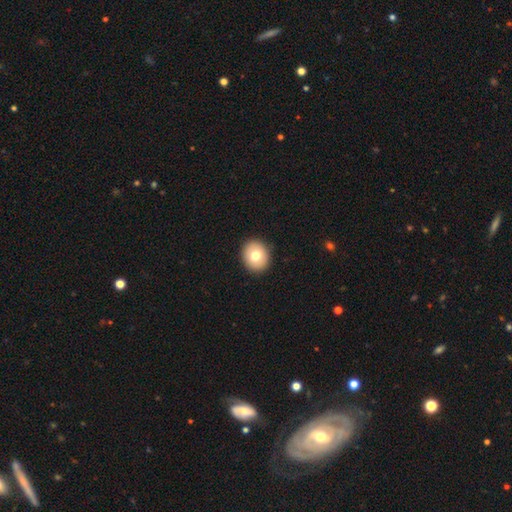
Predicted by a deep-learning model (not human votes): Smooth or featured?
  - smooth: 75% *
  - featured or disk: 17%
  - star or artifact: 8%
How rounded?
  - round: 74% *
  - in between: 25%
  - cigar-shaped: 1%
Merging?
  - none: 92% *
  - minor disturbance: 6%
  - major disturbance: 2%
  - merger: 1%